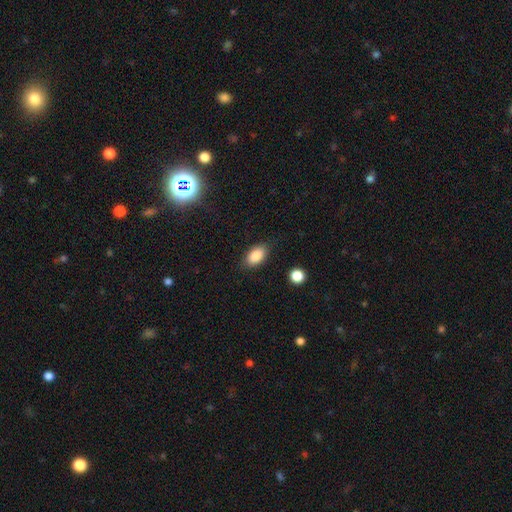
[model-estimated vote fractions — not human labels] This is clearly a smooth galaxy (86%). How rounded: clearly in between (91%). Merging: clearly none (83%).